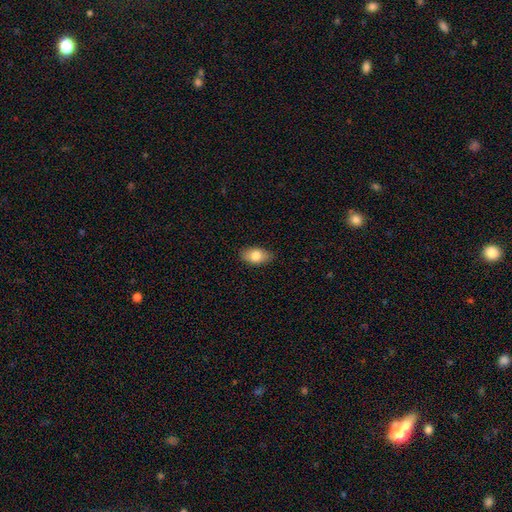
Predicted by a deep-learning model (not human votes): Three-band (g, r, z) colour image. It shows a smooth galaxy with no disk features (80%) that is in between round and cigar-shaped (91%). Merging: none (86%).